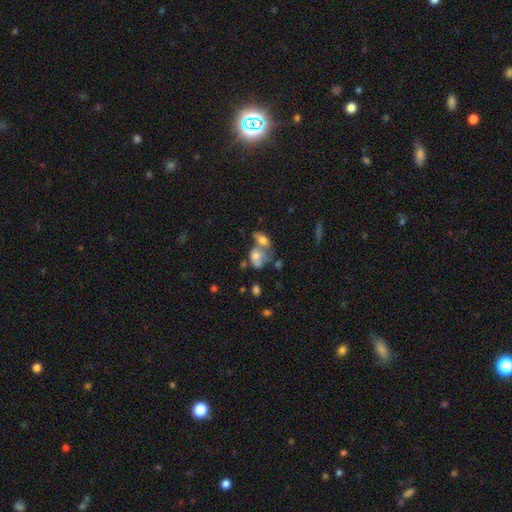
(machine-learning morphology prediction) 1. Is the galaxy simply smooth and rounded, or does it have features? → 64% smooth, 26% featured or disk, 11% star or artifact.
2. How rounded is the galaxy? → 68% in between, 30% round, 2% cigar-shaped.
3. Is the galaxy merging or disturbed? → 60% merger, 20% none, 11% minor disturbance, 9% major disturbance.